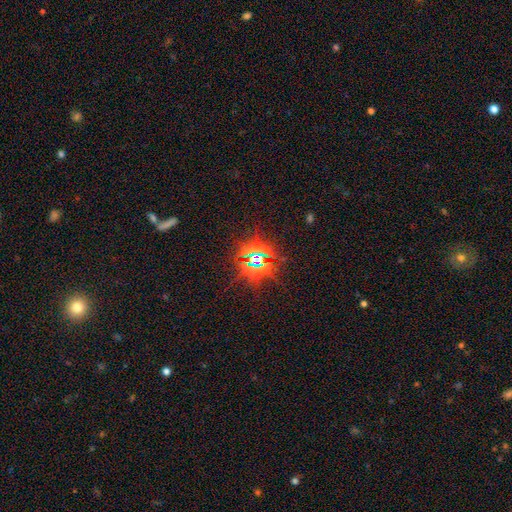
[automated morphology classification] This appears to be a star or artifact, not a galaxy (81%).